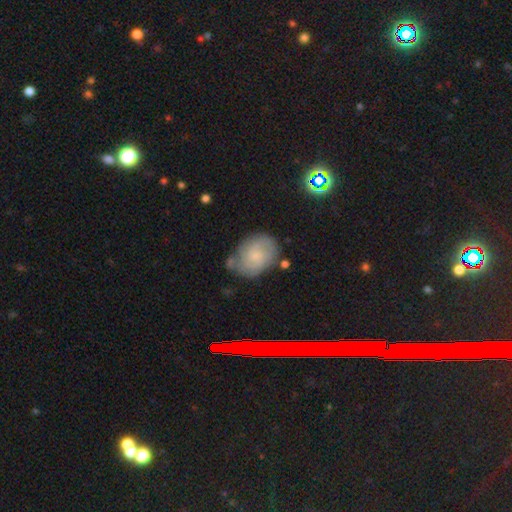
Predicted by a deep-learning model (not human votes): featured or disk 57%, smooth 34%, star or artifact 9%. Down the decision tree: edge-on disk — no (97%); bar — no (68%); spiral arms — yes (87%); bulge size — small (69%); merging — none (63%).